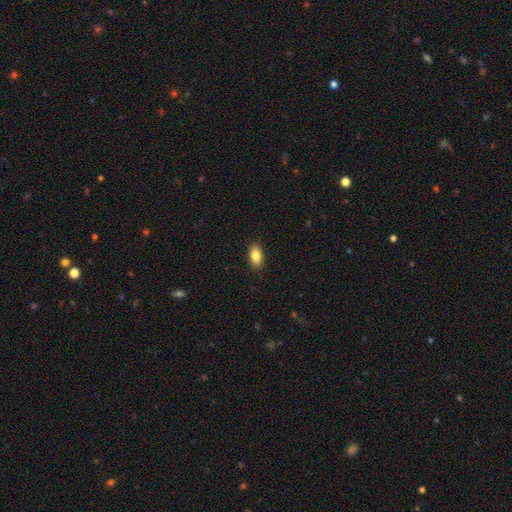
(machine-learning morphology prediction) smooth 85%, featured or disk 8%, star or artifact 7%. Down the decision tree: how rounded — in between (91%); merging — none (89%).